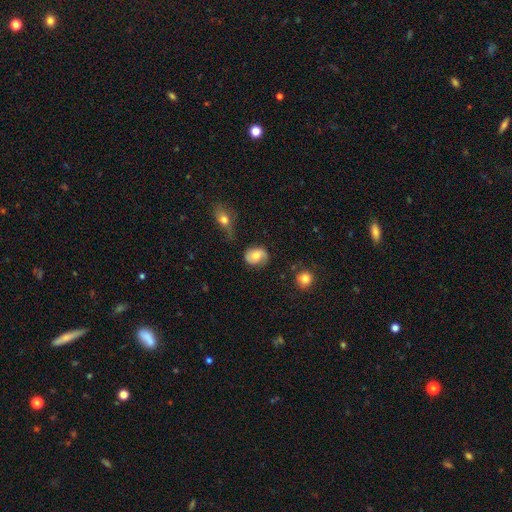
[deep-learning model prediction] Q: Smooth or featured?
A: smooth (54%); runner-up: featured or disk (37%)
Q: How rounded?
A: round (53%); runner-up: in between (45%)
Q: Merging?
A: none (69%); runner-up: minor disturbance (21%)